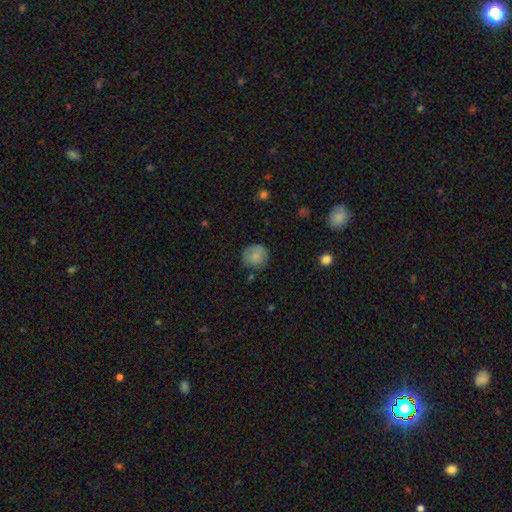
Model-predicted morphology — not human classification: A smooth galaxy with no disk features (79%) that is round (88%). Merging: none (74%).